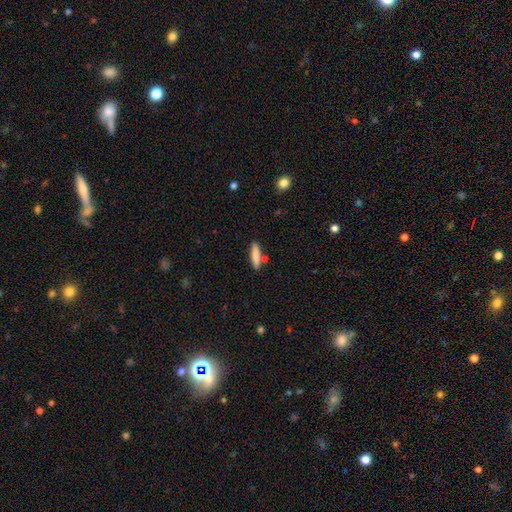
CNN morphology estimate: Smooth or featured?
  - smooth: 79% *
  - featured or disk: 15%
  - star or artifact: 6%
How rounded?
  - cigar-shaped: 78% *
  - in between: 20%
  - round: 2%
Merging?
  - none: 78% *
  - minor disturbance: 10%
  - merger: 9%
  - major disturbance: 2%